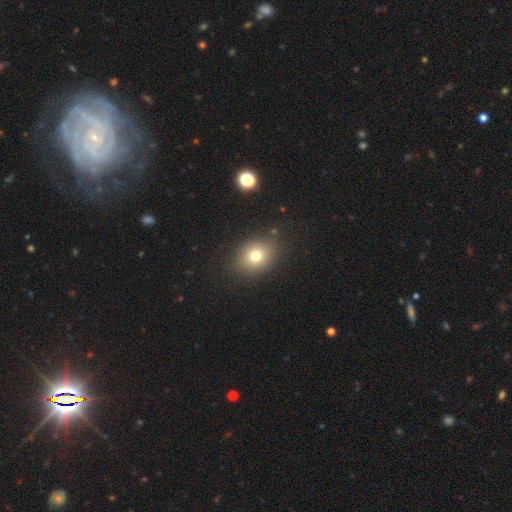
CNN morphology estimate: smooth 75%, star or artifact 14%, featured or disk 11%. Down the decision tree: how rounded — round (52%); merging — none (85%).